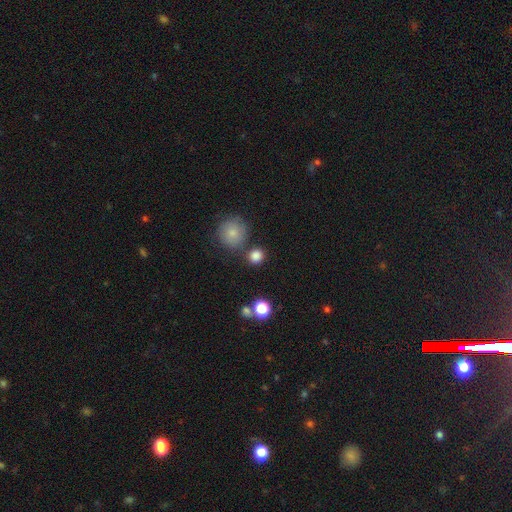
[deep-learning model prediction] Smooth or featured? Predicted: smooth (p=0.83). How rounded? Predicted: round (p=0.86). Merging? Predicted: none (p=0.76).